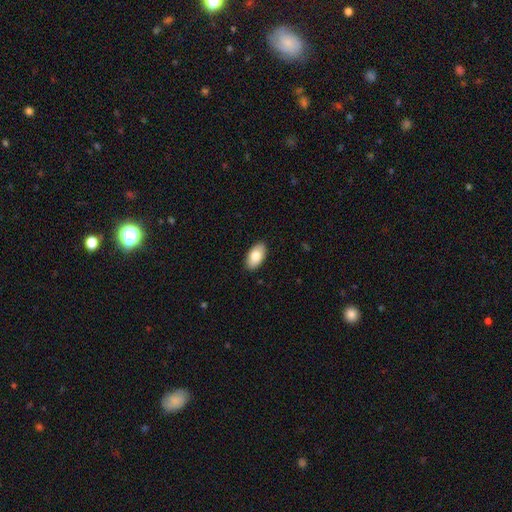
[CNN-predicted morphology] Smooth or featured? smooth (82%)
How rounded? in between (95%)
Merging? none (90%)